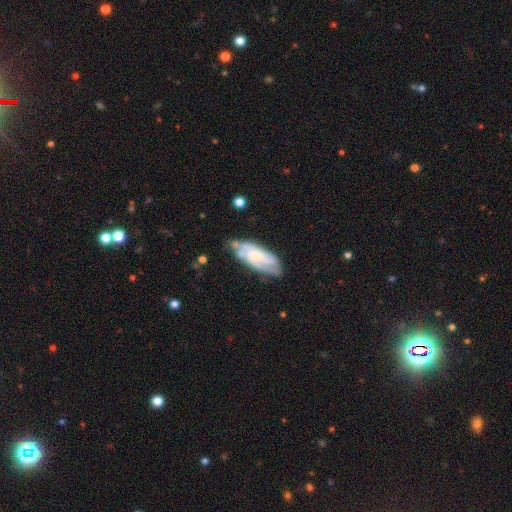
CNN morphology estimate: Smooth or featured: featured or disk — 70% (smooth — 24%)
Edge-on disk: no — 91% (yes — 9%)
Bar: no — 59% (weak — 32%)
Spiral arms: yes — 90% (no — 10%)
Spiral winding: tight — 50% (medium — 38%)
Spiral arm count: 2 — 35% (can't tell — 32%)
Bulge size: small — 55% (moderate — 25%)
Merging: none — 60% (minor disturbance — 26%)